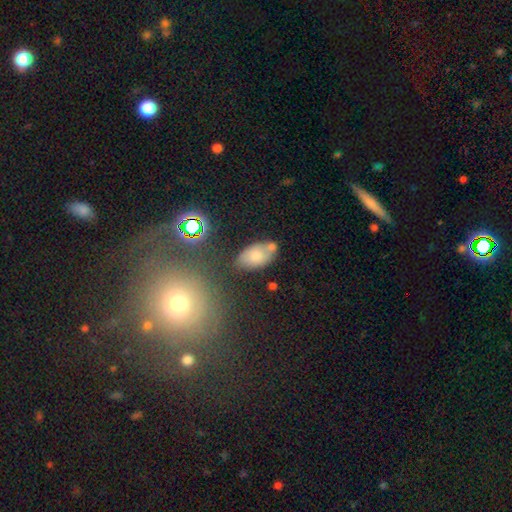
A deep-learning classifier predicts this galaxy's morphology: type=smooth (71%); roundness=in between (92%); merging=none (58%).